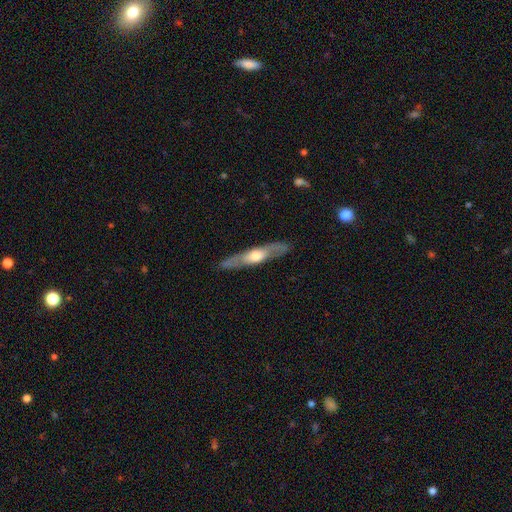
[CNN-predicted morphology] Q: Smooth or featured?
A: featured or disk (63%); runner-up: smooth (32%)
Q: Edge-on disk?
A: yes (74%); runner-up: no (26%)
Q: Merging?
A: none (86%); runner-up: minor disturbance (10%)